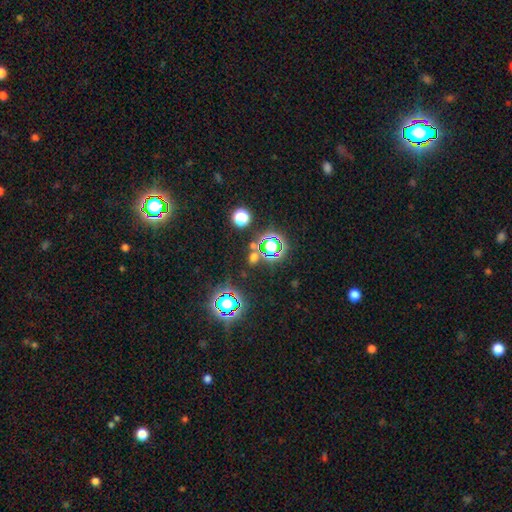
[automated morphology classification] Smooth or featured? Predicted: star or artifact (p=0.72).